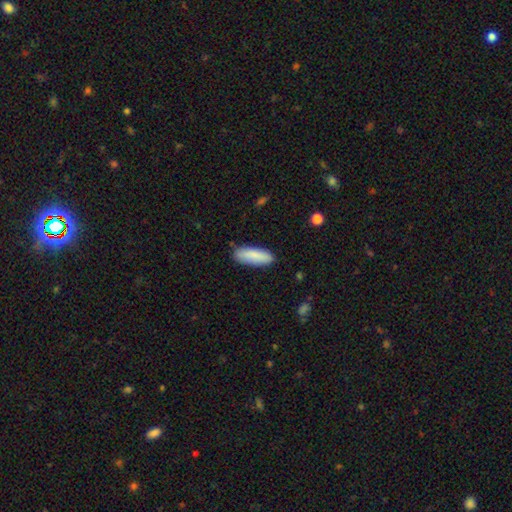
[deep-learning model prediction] A smooth galaxy with no disk features (87%) that is in between round and cigar-shaped (58%). Merging: none (85%).